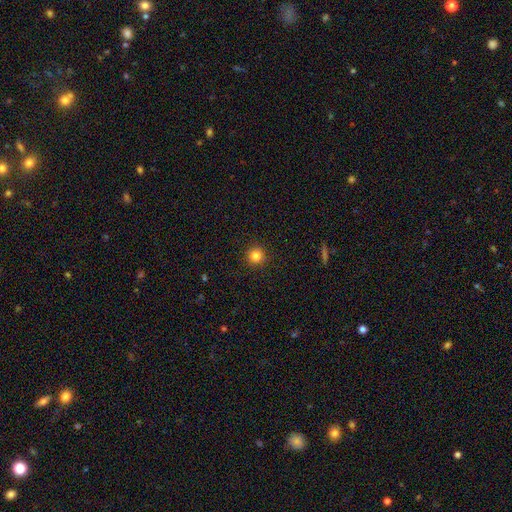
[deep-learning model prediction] This is clearly a smooth galaxy (83%). How rounded: clearly round (95%). Merging: clearly none (92%).